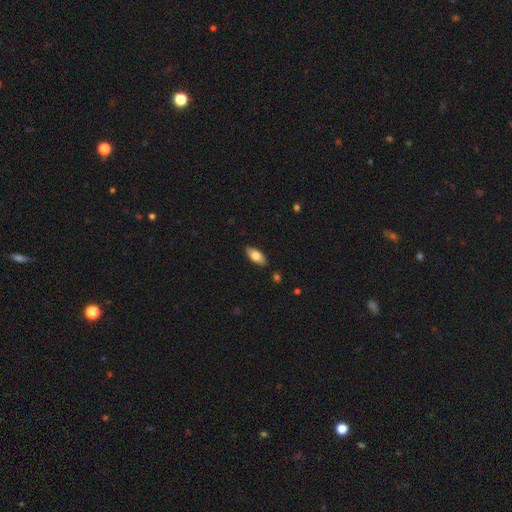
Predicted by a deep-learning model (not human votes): This appears to be a smooth galaxy with no disk features (74%) that is in between round and cigar-shaped (87%). Merging: none (88%).